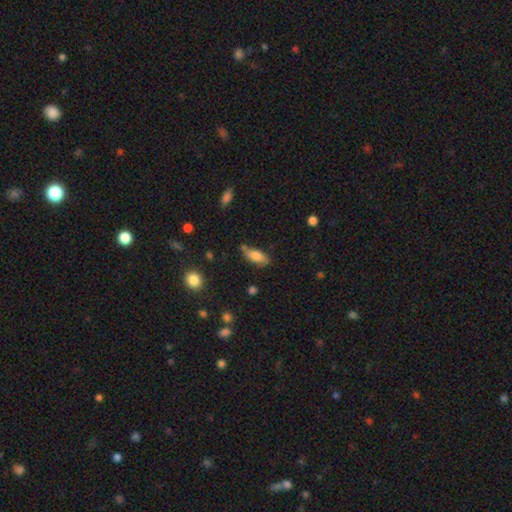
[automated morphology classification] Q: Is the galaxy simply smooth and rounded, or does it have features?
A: smooth — 79%.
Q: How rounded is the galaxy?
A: in between — 78%.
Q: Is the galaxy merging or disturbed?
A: none — 65%.